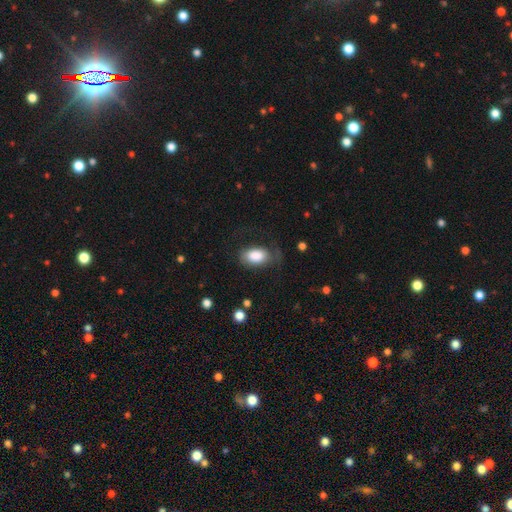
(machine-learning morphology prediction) Q: Smooth or featured?
A: smooth (81%); runner-up: featured or disk (12%)
Q: How rounded?
A: in between (90%); runner-up: round (8%)
Q: Merging?
A: none (51%); runner-up: minor disturbance (25%)